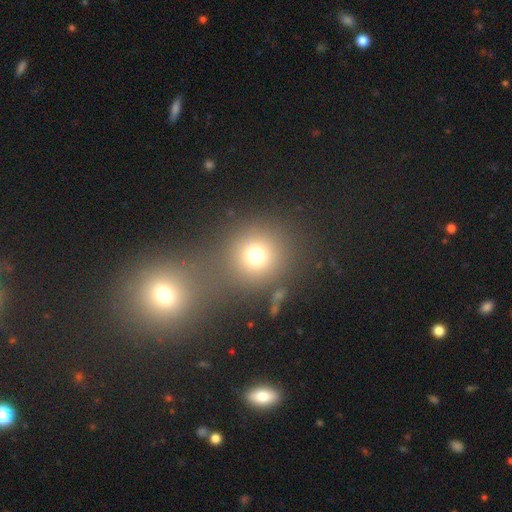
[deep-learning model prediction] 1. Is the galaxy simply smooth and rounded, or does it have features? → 73% smooth, 17% star or artifact, 10% featured or disk.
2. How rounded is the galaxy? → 90% round, 9% in between, 1% cigar-shaped.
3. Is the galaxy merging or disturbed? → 69% none, 17% merger, 9% minor disturbance, 5% major disturbance.